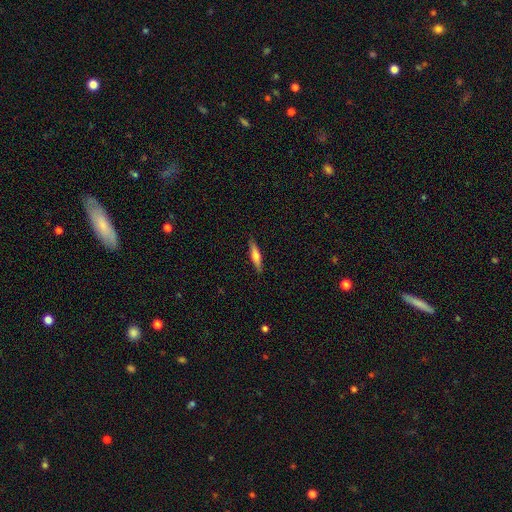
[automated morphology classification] Overall: smooth (54%; featured or disk 40%). How rounded: cigar-shaped (83%). Merging: none (89%).